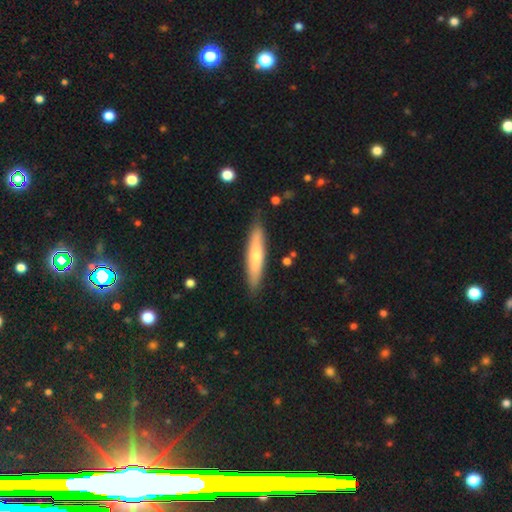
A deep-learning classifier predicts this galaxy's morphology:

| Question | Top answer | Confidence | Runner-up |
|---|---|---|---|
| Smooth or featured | smooth | 59% | featured or disk (35%) |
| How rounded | cigar-shaped | 86% | in between (13%) |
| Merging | none | 85% | minor disturbance (11%) |